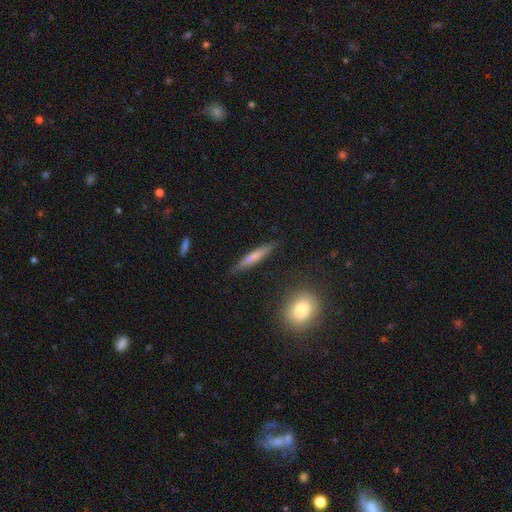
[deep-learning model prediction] This appears to be a smooth galaxy with no disk features (47%). Merging: none (88%).